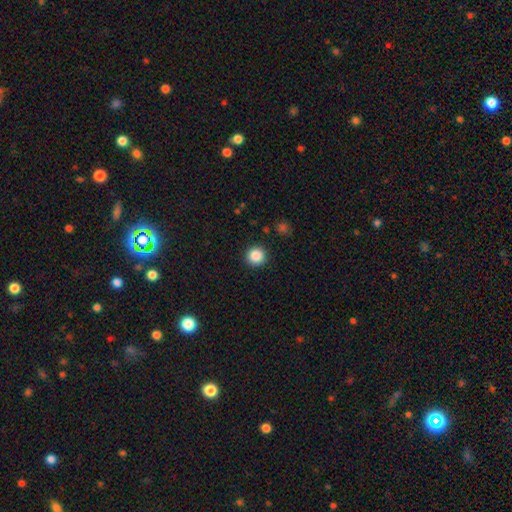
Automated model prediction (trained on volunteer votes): The model was most divided on "smooth or featured": smooth: 86%, star or artifact: 10%, featured or disk: 3%. More confident: how rounded — round (95%); merging — none (92%).